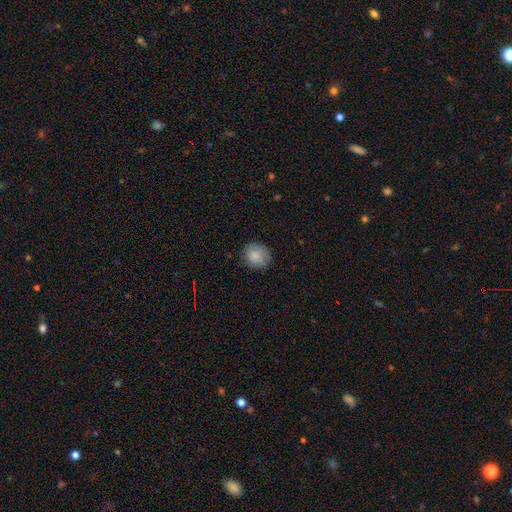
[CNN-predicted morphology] Smooth or featured?
  - smooth: 85% *
  - star or artifact: 8%
  - featured or disk: 7%
How rounded?
  - round: 83% *
  - in between: 16%
  - cigar-shaped: 1%
Merging?
  - none: 81% *
  - minor disturbance: 15%
  - major disturbance: 3%
  - merger: 1%